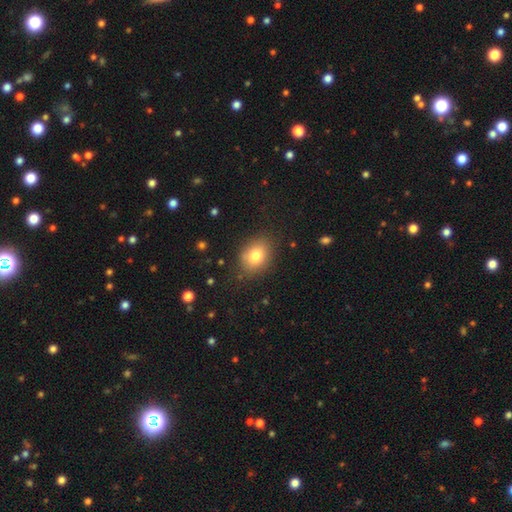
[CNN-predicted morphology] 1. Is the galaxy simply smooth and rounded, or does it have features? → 79% smooth, 11% star or artifact, 10% featured or disk.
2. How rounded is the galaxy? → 61% in between, 38% round, 1% cigar-shaped.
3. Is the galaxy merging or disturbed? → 81% none, 13% minor disturbance, 4% major disturbance, 2% merger.